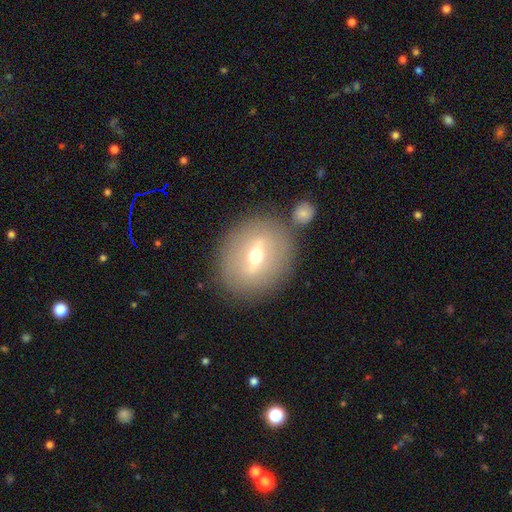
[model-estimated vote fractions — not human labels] Smooth or featured: featured or disk — 61% (smooth — 31%)
Edge-on disk: no — 73% (yes — 27%)
Merging: none — 77% (minor disturbance — 10%)